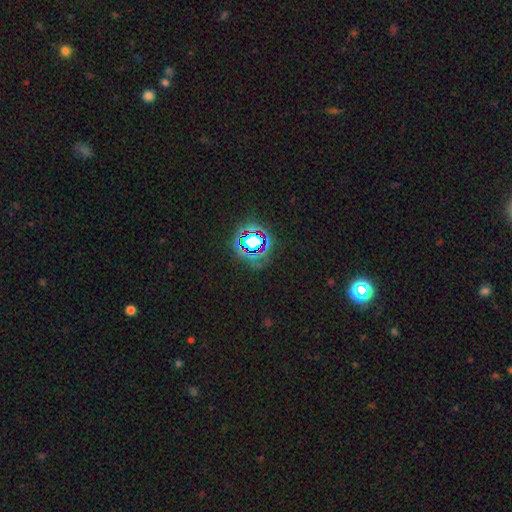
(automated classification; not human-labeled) smooth_or_featured: star or artifact (p=0.77) [alt: smooth p=0.15]